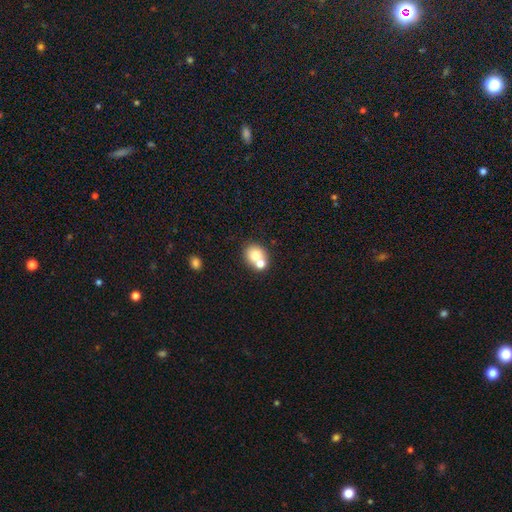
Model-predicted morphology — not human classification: Smooth or featured?
  - smooth: 72% *
  - featured or disk: 17%
  - star or artifact: 11%
How rounded?
  - round: 73% *
  - in between: 26%
  - cigar-shaped: 1%
Merging?
  - merger: 46% *
  - none: 44%
  - minor disturbance: 7%
  - major disturbance: 3%